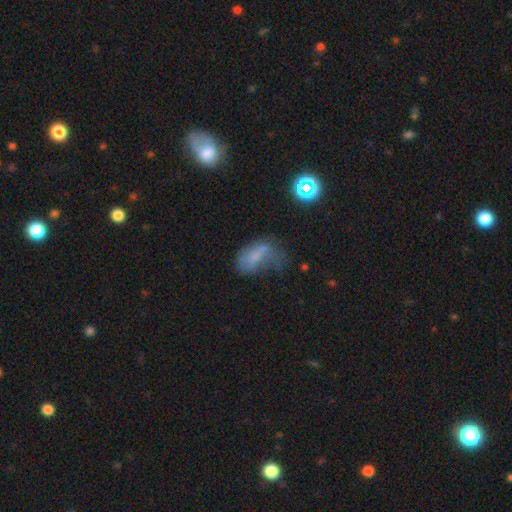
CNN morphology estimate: type=smooth (54%); roundness=in between (85%); merging=major disturbance (44%).